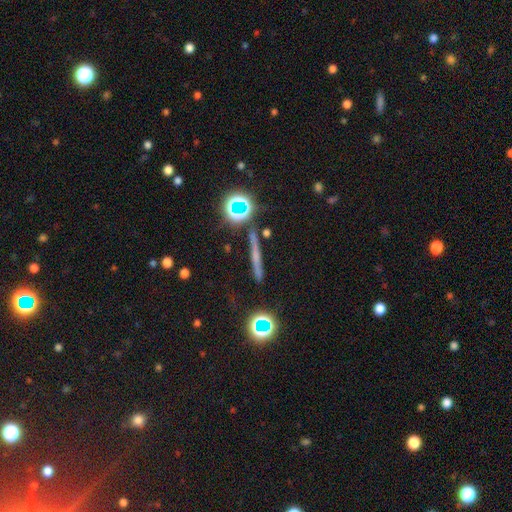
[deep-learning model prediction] A featured or disk galaxy (48%).

Vote fractions:
- Smooth or featured? featured or disk: 48% / smooth: 34% / star or artifact: 19%
- Merging? none: 88% / minor disturbance: 7% / merger: 3% / major disturbance: 2%